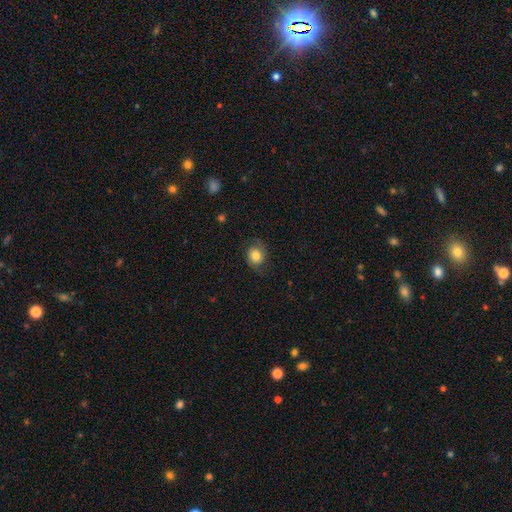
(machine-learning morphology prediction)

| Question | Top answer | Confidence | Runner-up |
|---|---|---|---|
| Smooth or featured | smooth | 69% | featured or disk (22%) |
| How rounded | round | 69% | in between (30%) |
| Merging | none | 71% | minor disturbance (19%) |